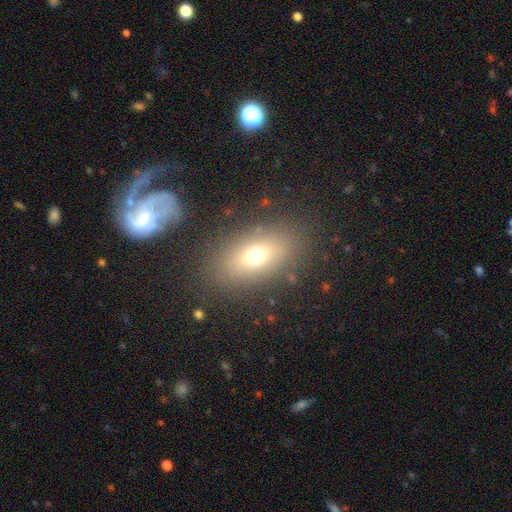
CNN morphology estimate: This appears to be a smooth galaxy with no disk features (68%) that is in between round and cigar-shaped (80%). Merging: none (83%).